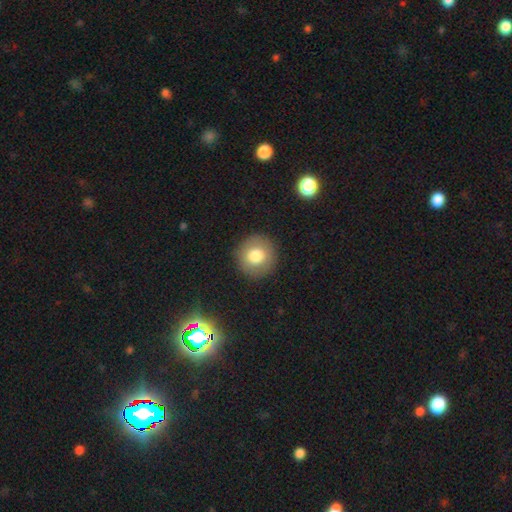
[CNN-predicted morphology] This appears to be a smooth galaxy with no disk features (78%) that is round (94%). Merging: none (90%).